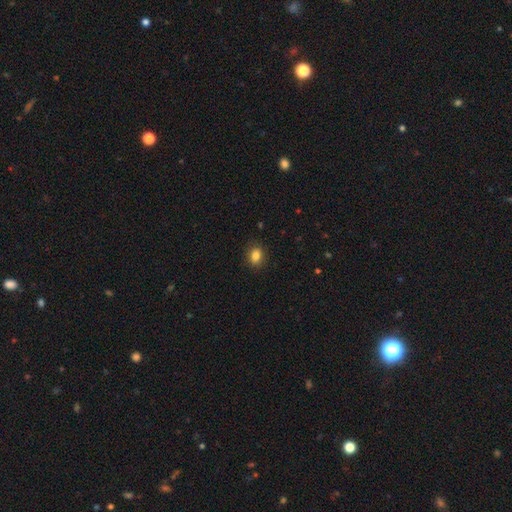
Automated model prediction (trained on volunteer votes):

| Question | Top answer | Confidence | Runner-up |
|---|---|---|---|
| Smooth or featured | smooth | 85% | star or artifact (10%) |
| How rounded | in between | 61% | round (38%) |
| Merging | none | 88% | minor disturbance (9%) |